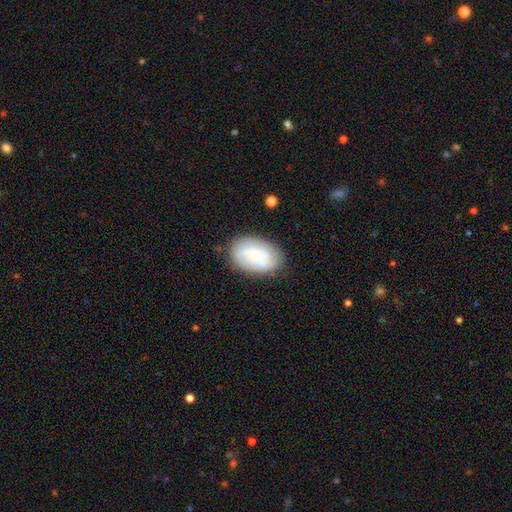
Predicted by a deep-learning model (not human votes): smooth_or_featured: smooth (p=0.52) [alt: featured or disk p=0.41]
how_rounded: in between (p=0.86) [alt: round p=0.13]
merging: none (p=0.73) [alt: minor disturbance p=0.18]